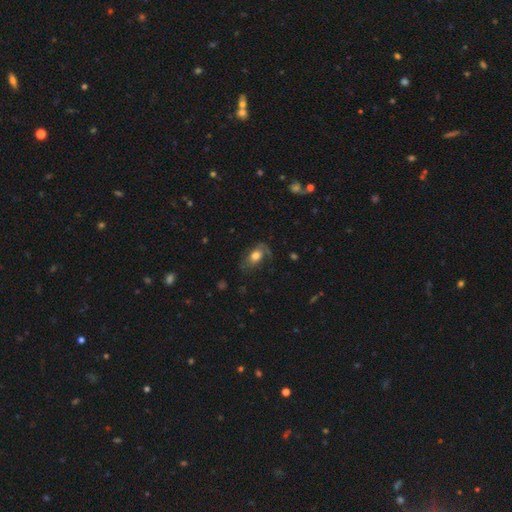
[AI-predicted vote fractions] This is possibly a smooth galaxy (56%). How rounded: clearly in between (83%). Merging: possibly none (52%).